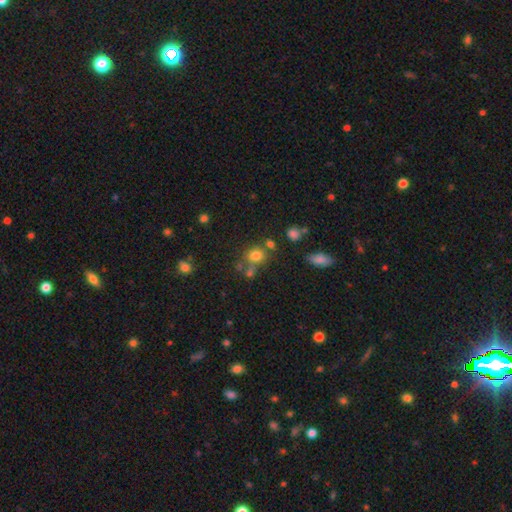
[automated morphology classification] Overall: smooth (75%). How rounded: round (75%). Merging: none (58%; merger 23%).